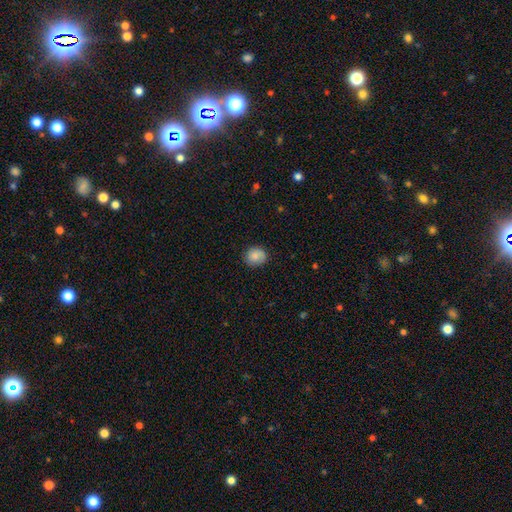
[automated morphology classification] Q: Smooth or featured?
A: smooth (80%); runner-up: featured or disk (13%)
Q: How rounded?
A: round (72%); runner-up: in between (27%)
Q: Merging?
A: none (82%); runner-up: minor disturbance (14%)